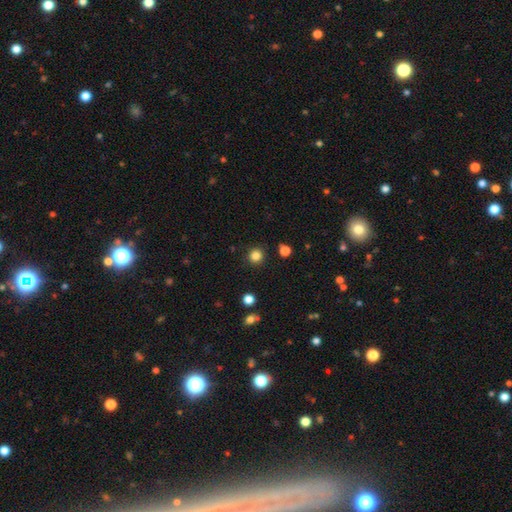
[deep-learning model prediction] Smooth or featured: smooth — 84% (star or artifact — 12%)
How rounded: round — 94% (in between — 5%)
Merging: none — 91% (minor disturbance — 6%)